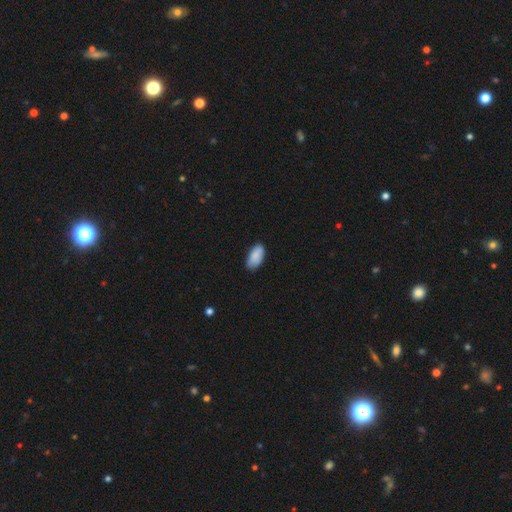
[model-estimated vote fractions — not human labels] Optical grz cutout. It shows a smooth galaxy with no disk features (88%) that is in between round and cigar-shaped (94%). Merging: none (78%).